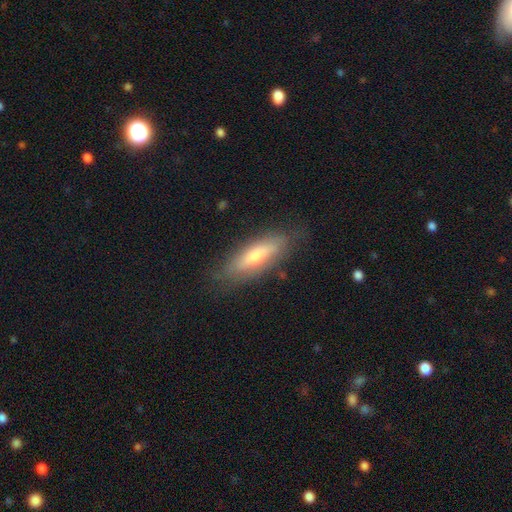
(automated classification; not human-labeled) A smooth galaxy with no disk features (59%) that is cigar-shaped (53%).

Vote fractions:
- Smooth or featured? smooth: 59% / featured or disk: 34% / star or artifact: 6%
- How rounded? cigar-shaped: 53% / in between: 45% / round: 2%
- Merging? none: 79% / minor disturbance: 16% / major disturbance: 4% / merger: 1%